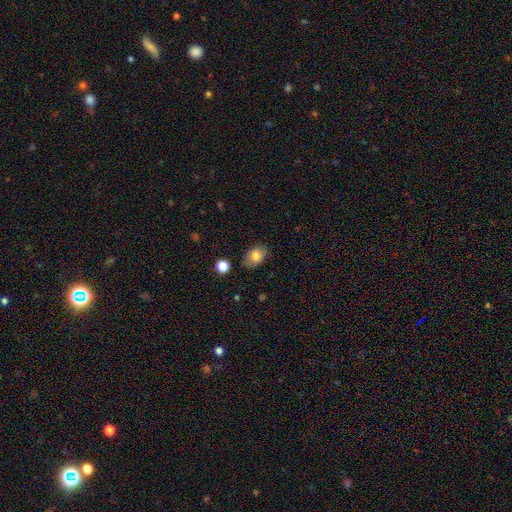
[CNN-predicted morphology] A smooth galaxy with no disk features (81%) that is in between round and cigar-shaped (83%). Merging: none (78%).